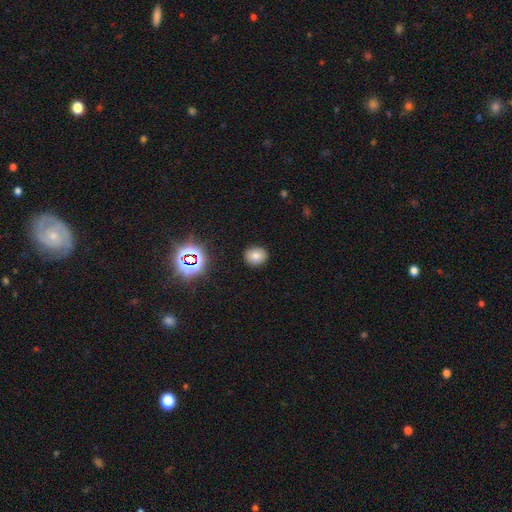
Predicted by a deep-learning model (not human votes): Smooth or featured?
  - smooth: 77% *
  - star or artifact: 15%
  - featured or disk: 8%
How rounded?
  - round: 73% *
  - in between: 26%
  - cigar-shaped: 1%
Merging?
  - none: 89% *
  - minor disturbance: 7%
  - major disturbance: 2%
  - merger: 1%